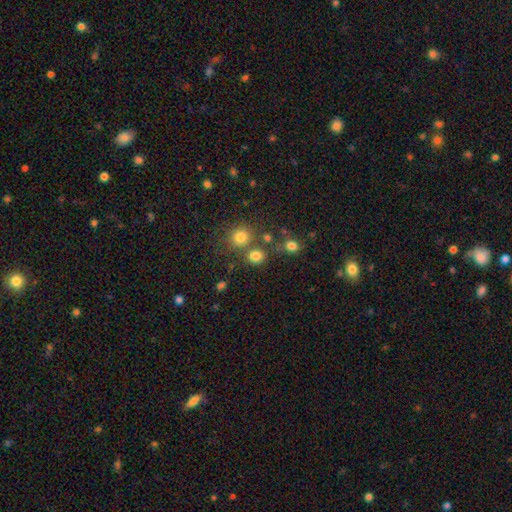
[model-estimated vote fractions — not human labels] Morphology: type=smooth (79%); roundness=round (78%); merging=none (66%).